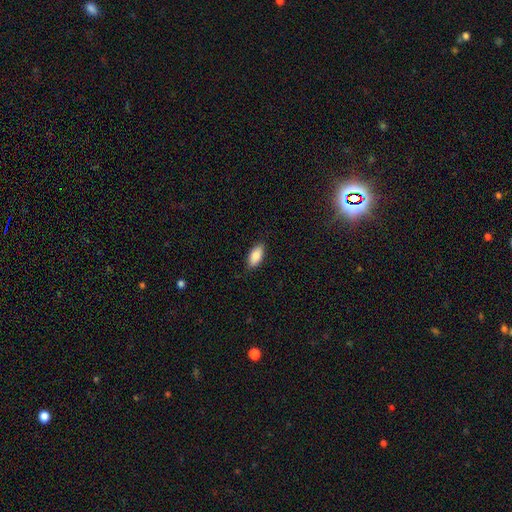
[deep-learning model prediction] A smooth galaxy with no disk features (88%) that is in between round and cigar-shaped (91%).

Vote fractions:
- Smooth or featured? smooth: 88% / star or artifact: 6% / featured or disk: 5%
- How rounded? in between: 91% / cigar-shaped: 7% / round: 2%
- Merging? none: 86% / minor disturbance: 11% / major disturbance: 2% / merger: 1%